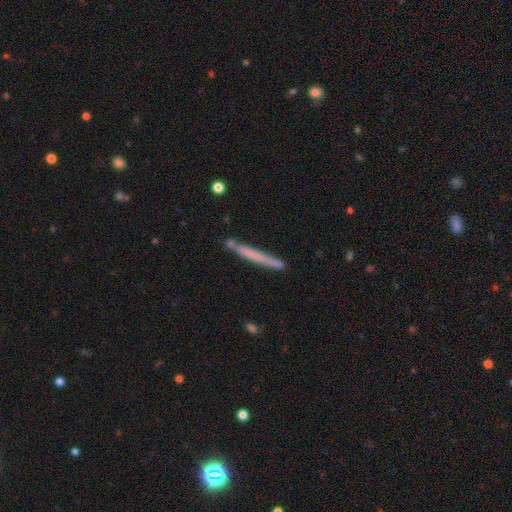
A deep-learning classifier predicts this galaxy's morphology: Q: Smooth or featured?
A: smooth (57%); runner-up: featured or disk (36%)
Q: How rounded?
A: cigar-shaped (97%); runner-up: in between (2%)
Q: Merging?
A: none (83%); runner-up: minor disturbance (11%)